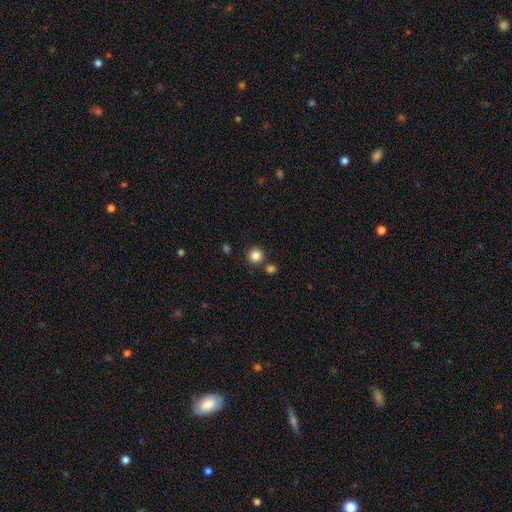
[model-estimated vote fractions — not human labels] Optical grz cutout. It shows a smooth galaxy with no disk features (85%) that is round (94%). Merging: none (82%).